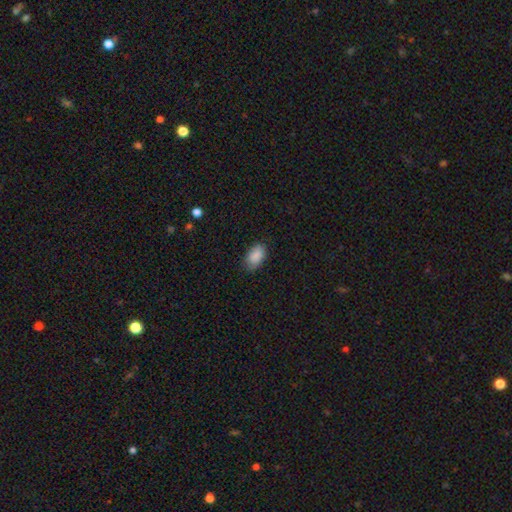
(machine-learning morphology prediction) A smooth galaxy with no disk features (89%) that is in between round and cigar-shaped (93%).

Vote fractions:
- Smooth or featured? smooth: 89% / star or artifact: 7% / featured or disk: 4%
- How rounded? in between: 93% / round: 5% / cigar-shaped: 2%
- Merging? none: 80% / minor disturbance: 16% / major disturbance: 3% / merger: 1%